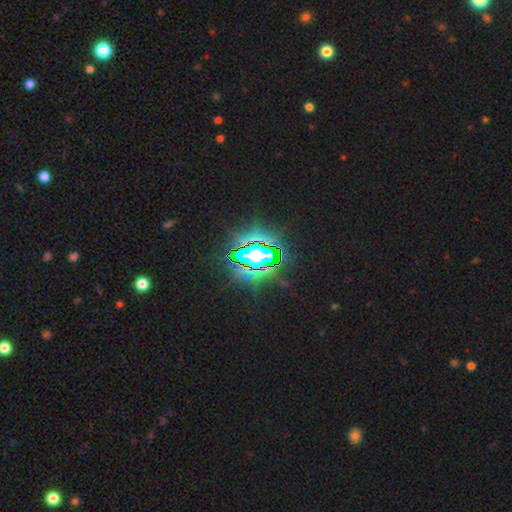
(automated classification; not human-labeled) smooth_or_featured: star or artifact (p=0.78) [alt: smooth p=0.12]